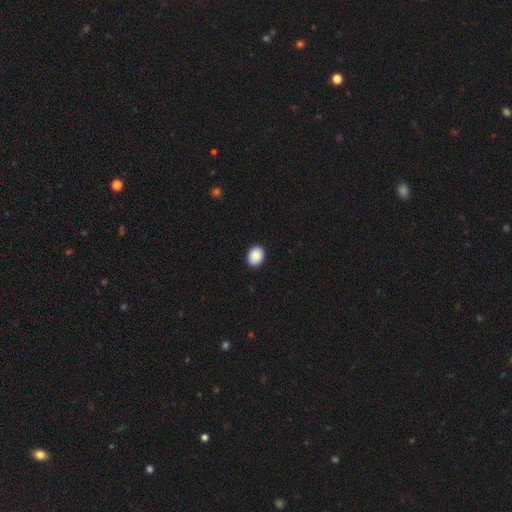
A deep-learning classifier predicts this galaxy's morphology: type=smooth (90%); roundness=in between (53%); merging=none (92%).